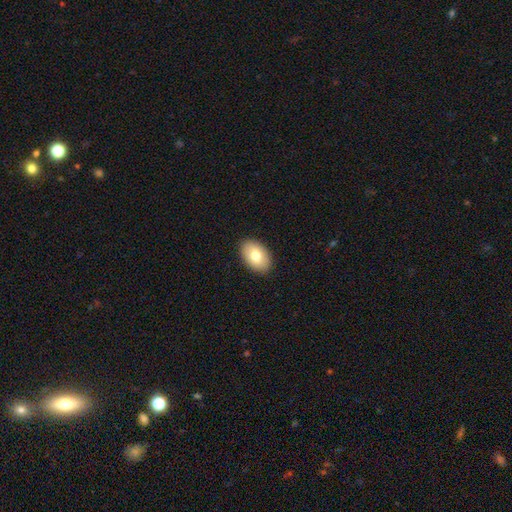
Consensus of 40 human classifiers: Smooth or featured? 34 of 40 (85%) said smooth. How rounded? 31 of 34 (91%) said in between. Merging? 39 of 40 (98%) said none.